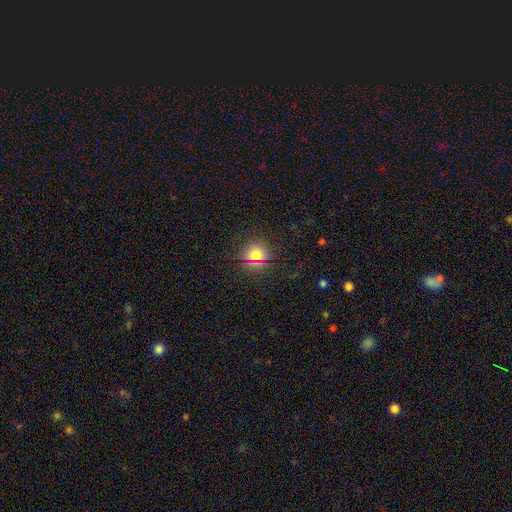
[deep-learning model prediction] This is likely a smooth galaxy (70%). How rounded: clearly round (93%). Merging: clearly none (87%).